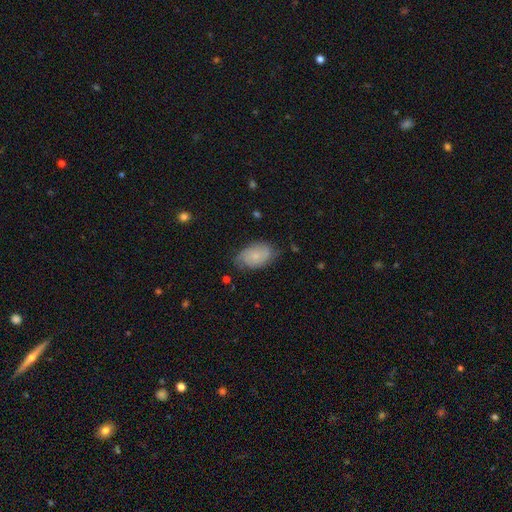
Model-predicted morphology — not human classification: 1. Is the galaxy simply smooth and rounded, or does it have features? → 58% smooth, 35% featured or disk, 7% star or artifact.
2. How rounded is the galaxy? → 89% in between, 9% round, 1% cigar-shaped.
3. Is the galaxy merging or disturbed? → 64% none, 28% minor disturbance, 7% major disturbance, 1% merger.